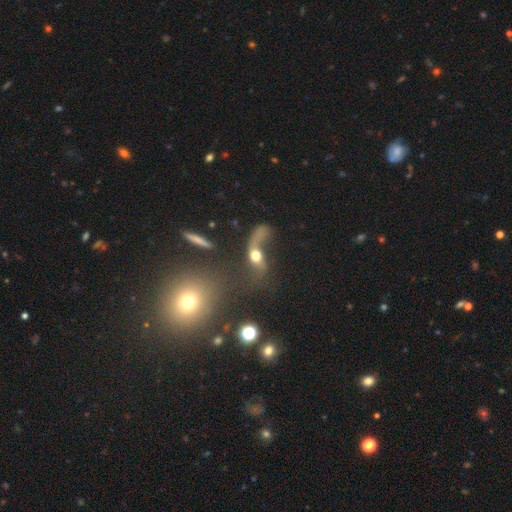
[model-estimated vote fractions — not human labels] Smooth or featured? Predicted: featured or disk (p=0.57). Edge-on disk? Predicted: no (p=0.89). Bar? Predicted: no (p=0.70). Spiral arms? Predicted: yes (p=0.72). Bulge size? Predicted: moderate (p=0.51). Merging? Predicted: major disturbance (p=0.42).